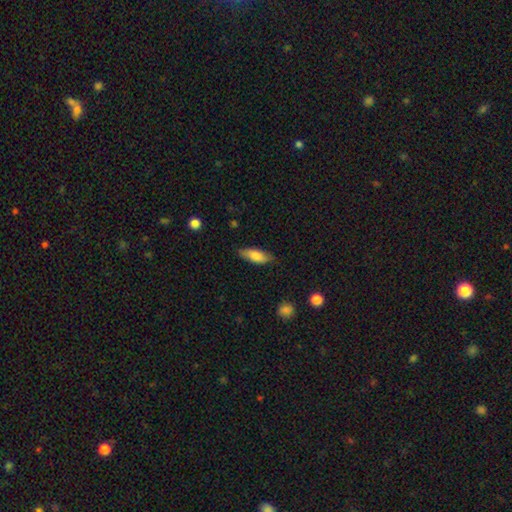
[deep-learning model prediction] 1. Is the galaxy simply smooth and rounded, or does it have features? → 75% smooth, 19% featured or disk, 6% star or artifact.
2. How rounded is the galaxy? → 68% in between, 30% cigar-shaped, 2% round.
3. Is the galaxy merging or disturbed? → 79% none, 17% minor disturbance, 3% major disturbance, 1% merger.